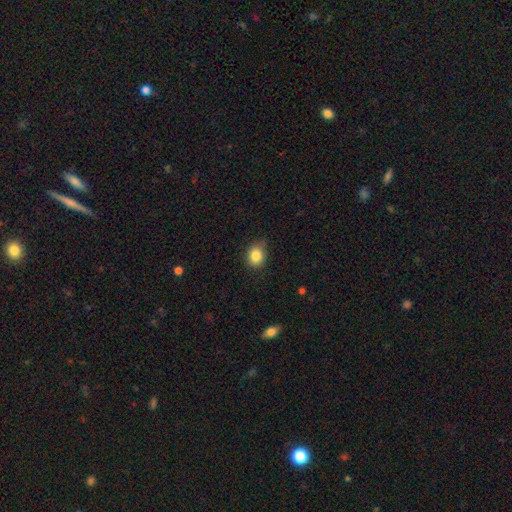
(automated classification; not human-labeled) Smooth or featured? Predicted: smooth (p=0.84). How rounded? Predicted: round (p=0.59). Merging? Predicted: none (p=0.74).